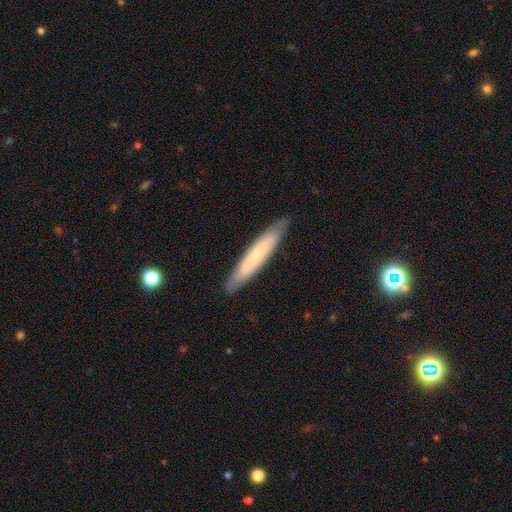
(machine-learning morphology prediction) A smooth galaxy with no disk features (56%) that is cigar-shaped (90%). Merging: none (88%).